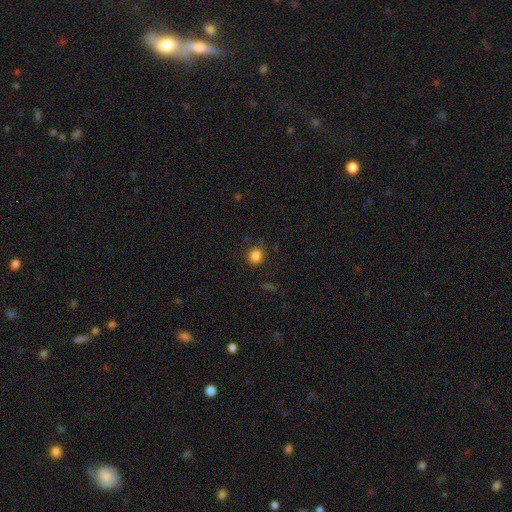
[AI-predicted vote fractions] Overall: smooth (84%). How rounded: round (75%). Merging: none (82%).